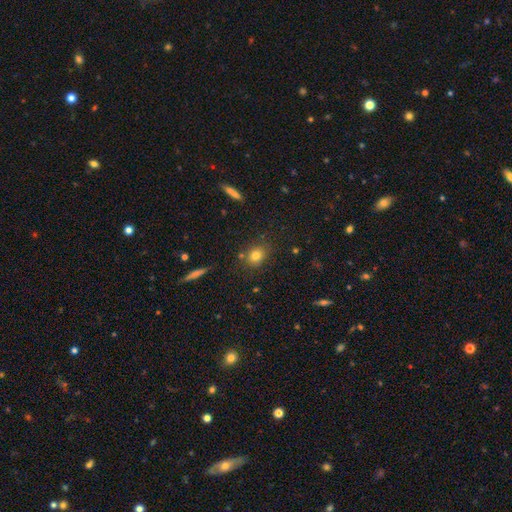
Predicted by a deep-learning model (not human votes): Overall: smooth (77%). How rounded: round (65%; in between 33%). Merging: none (79%).